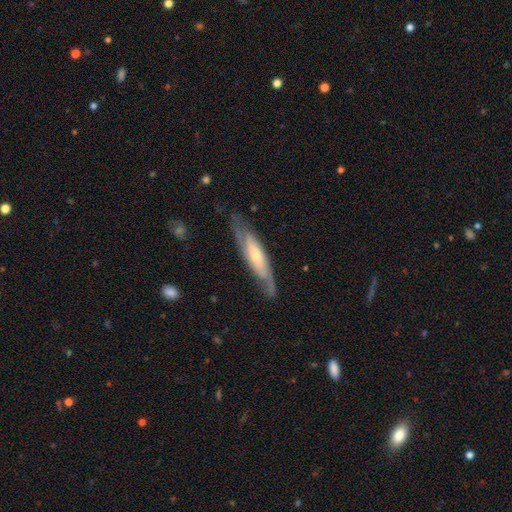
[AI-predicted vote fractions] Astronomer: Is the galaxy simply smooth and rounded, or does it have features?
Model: featured or disk — 72%.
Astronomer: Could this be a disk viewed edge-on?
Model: no — 61% (runner-up: yes, 39%).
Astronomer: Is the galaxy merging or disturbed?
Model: none — 73%.